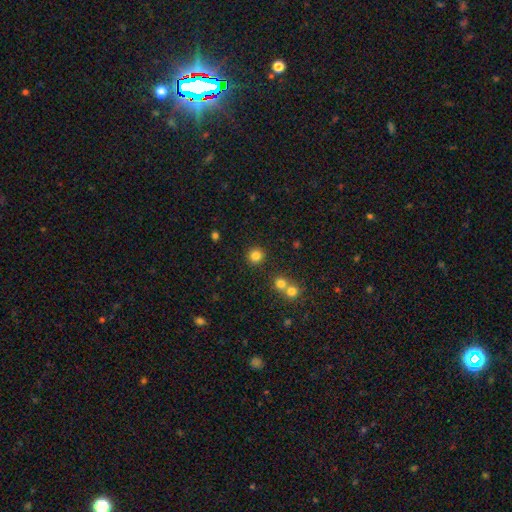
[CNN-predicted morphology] smooth 82%, star or artifact 13%, featured or disk 5%. Down the decision tree: how rounded — round (93%); merging — none (87%).